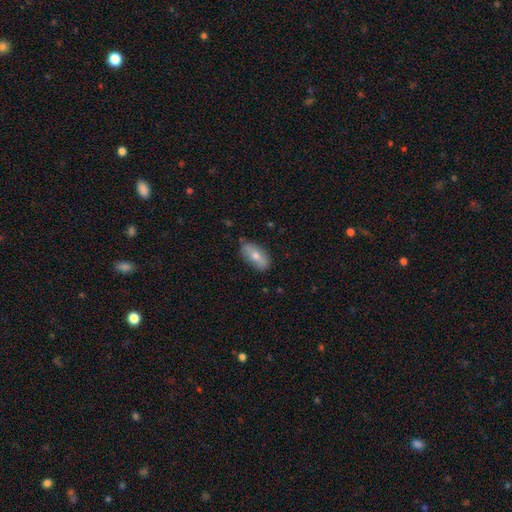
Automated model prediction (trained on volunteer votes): Morphology: type=smooth (63%); roundness=in between (85%); merging=none (79%).